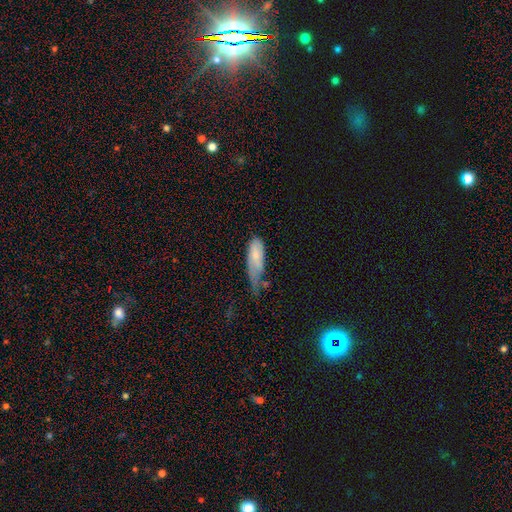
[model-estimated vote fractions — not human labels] smooth-or-featured: smooth: 75% | featured or disk: 18% | star or artifact: 6%
  how-rounded: in between: 65% | cigar-shaped: 33% | round: 2%
  merging: minor disturbance: 44% | major disturbance: 28% | none: 22% | merger: 6%